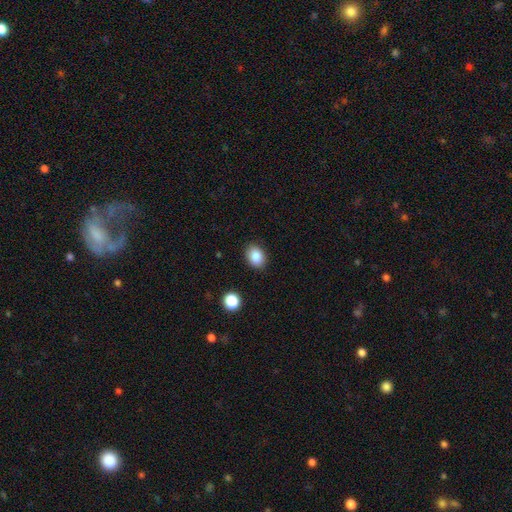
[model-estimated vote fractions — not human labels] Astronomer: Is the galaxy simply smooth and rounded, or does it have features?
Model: smooth — 86%.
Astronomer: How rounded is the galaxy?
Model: in between — 69%.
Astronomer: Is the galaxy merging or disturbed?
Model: none — 88%.